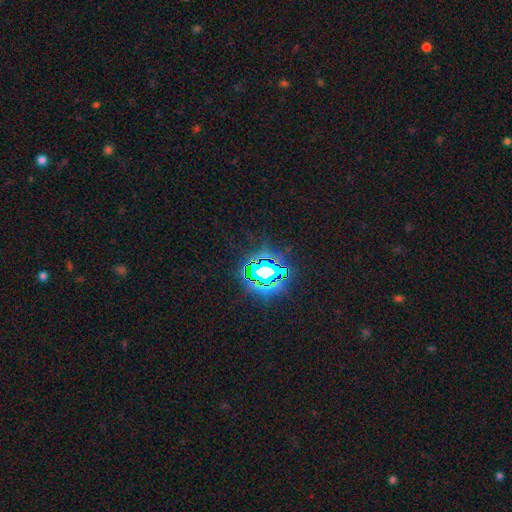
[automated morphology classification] Smooth or featured: star or artifact — 83% (smooth — 10%)